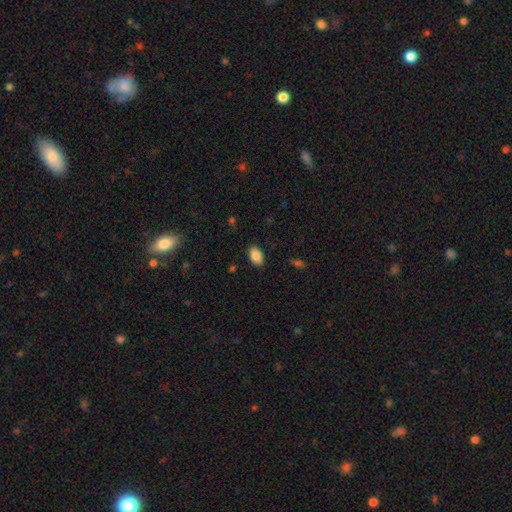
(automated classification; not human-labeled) Morphology: type=smooth (87%); roundness=in between (92%); merging=none (87%).